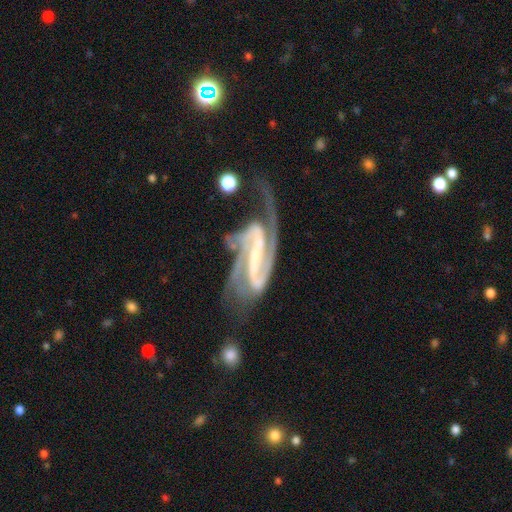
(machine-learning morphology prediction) smooth_or_featured: featured or disk (p=0.92) [alt: star or artifact p=0.05]
disk_edge_on: no (p=0.95) [alt: yes p=0.05]
bar: strong (p=0.73) [alt: weak p=0.20]
has_spiral_arms: yes (p=0.98) [alt: no p=0.02]
spiral_winding: medium (p=0.52) [alt: tight p=0.28]
spiral_arm_count: 2 (p=0.81) [alt: 3 p=0.07]
bulge_size: small (p=0.61) [alt: none p=0.18]
merging: none (p=0.51) [alt: major disturbance p=0.22]